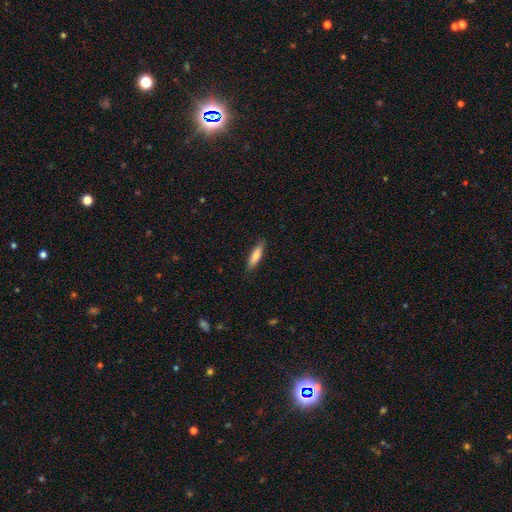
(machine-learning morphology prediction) smooth_or_featured: smooth (p=0.77) [alt: featured or disk p=0.17]
how_rounded: cigar-shaped (p=0.73) [alt: in between p=0.26]
merging: none (p=0.88) [alt: minor disturbance p=0.09]